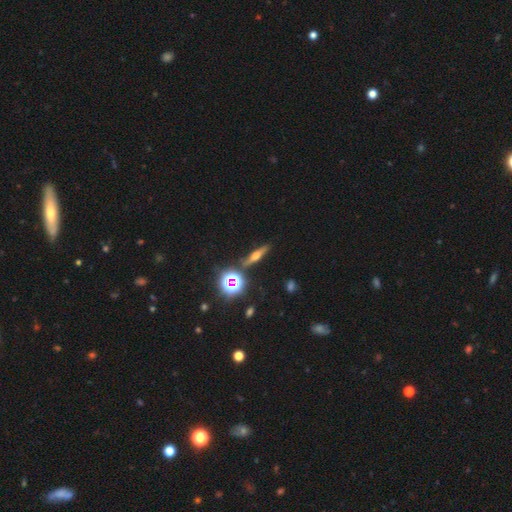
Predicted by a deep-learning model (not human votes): Smooth or featured: featured or disk — 51% (smooth — 30%)
Edge-on disk: yes — 92% (no — 8%)
Merging: none — 86% (minor disturbance — 8%)